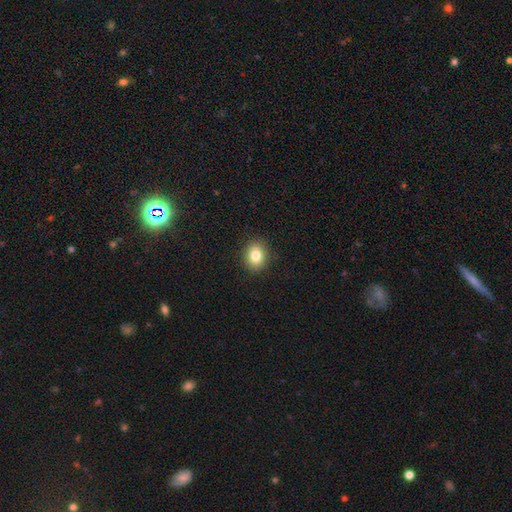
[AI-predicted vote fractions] smooth 82%, star or artifact 10%, featured or disk 8%. Down the decision tree: how rounded — round (53%); merging — none (90%).